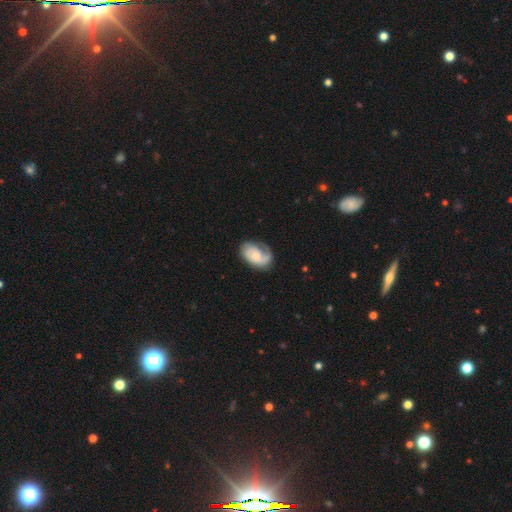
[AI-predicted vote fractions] Q: Smooth or featured?
A: featured or disk (60%); runner-up: smooth (34%)
Q: Edge-on disk?
A: no (97%); runner-up: yes (3%)
Q: Bar?
A: no (71%); runner-up: weak (25%)
Q: Spiral arms?
A: yes (89%); runner-up: no (11%)
Q: Spiral winding?
A: tight (40%); runner-up: medium (37%)
Q: Spiral arm count?
A: 1 (53%); runner-up: 2 (31%)
Q: Bulge size?
A: moderate (39%); runner-up: small (38%)
Q: Merging?
A: none (60%); runner-up: minor disturbance (24%)